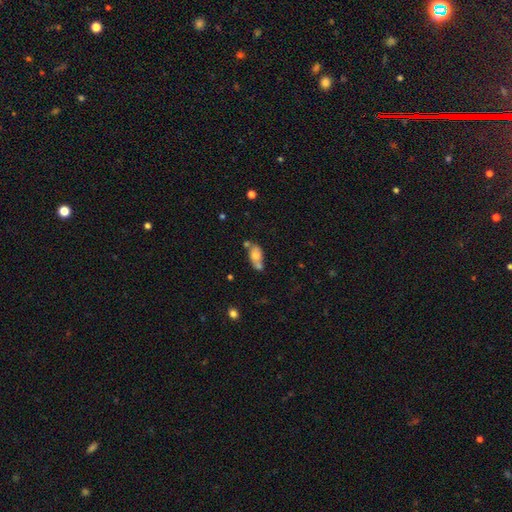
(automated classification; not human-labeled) Overall: smooth (67%). How rounded: in between (85%). Merging: none (39%; merger 33%).